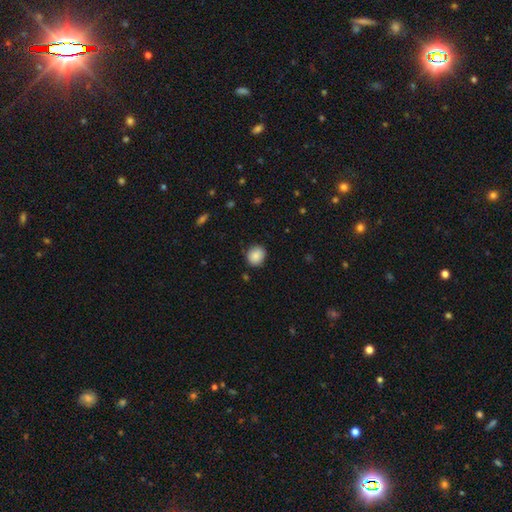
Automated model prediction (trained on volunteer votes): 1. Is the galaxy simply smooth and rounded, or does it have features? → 88% smooth, 8% star or artifact, 4% featured or disk.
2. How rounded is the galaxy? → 76% round, 24% in between, 1% cigar-shaped.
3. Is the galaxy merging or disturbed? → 86% none, 10% minor disturbance, 2% major disturbance, 1% merger.